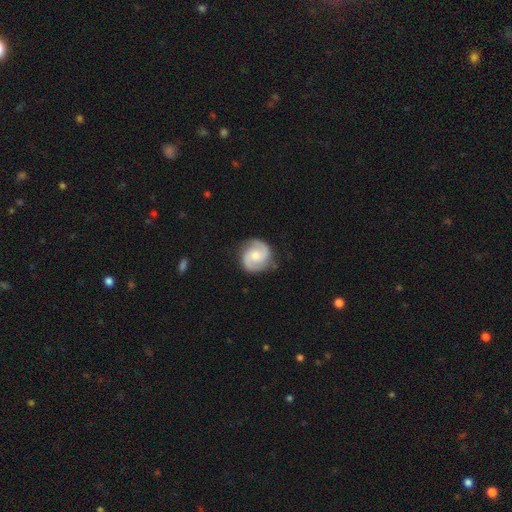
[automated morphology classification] Smooth or featured: featured or disk — 85% (smooth — 10%)
Edge-on disk: no — 98% (yes — 2%)
Bar: no — 57% (weak — 36%)
Spiral arms: yes — 97% (no — 3%)
Spiral winding: medium — 51% (tight — 35%)
Spiral arm count: 2 — 93% (can't tell — 3%)
Bulge size: moderate — 52% (small — 36%)
Merging: none — 83% (minor disturbance — 12%)